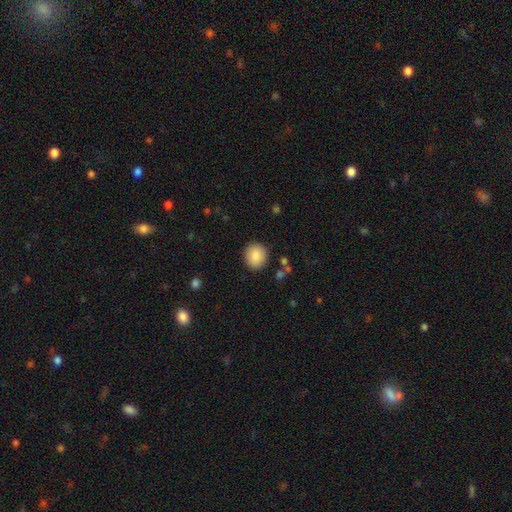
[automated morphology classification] This is clearly a smooth galaxy (88%). How rounded: clearly round (83%). Merging: clearly none (89%).